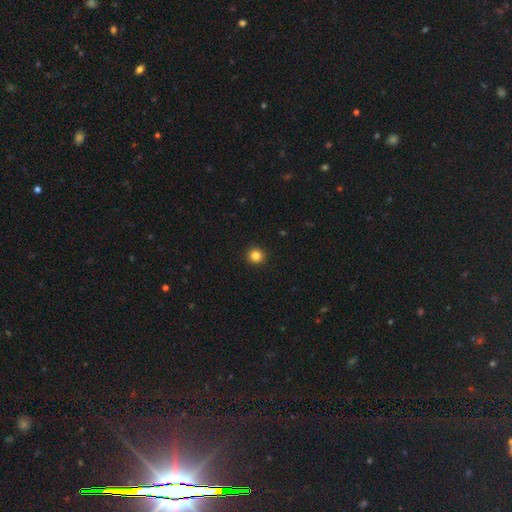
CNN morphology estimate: smooth 84%, star or artifact 12%, featured or disk 4%. Down the decision tree: how rounded — round (95%); merging — none (94%).